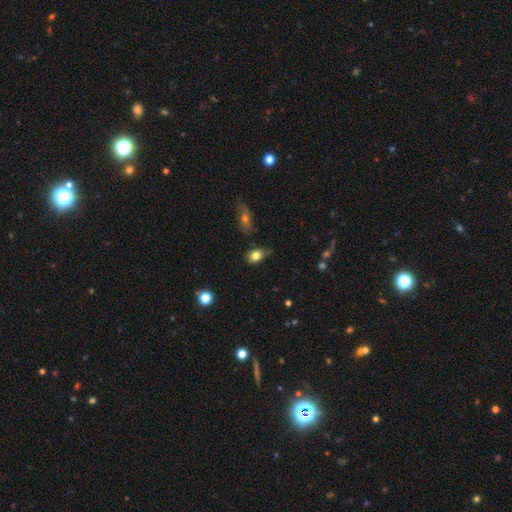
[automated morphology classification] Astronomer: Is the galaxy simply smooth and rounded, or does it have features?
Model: smooth — 81%.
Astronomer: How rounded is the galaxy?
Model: in between — 72%.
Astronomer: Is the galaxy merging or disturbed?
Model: none — 54% (runner-up: minor disturbance, 32%).